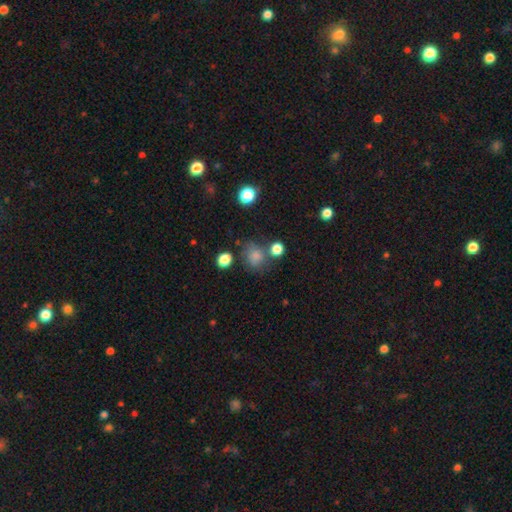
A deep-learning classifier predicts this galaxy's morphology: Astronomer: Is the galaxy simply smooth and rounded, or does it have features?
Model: smooth — 76%.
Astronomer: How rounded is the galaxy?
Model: round — 70%.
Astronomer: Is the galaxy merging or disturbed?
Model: none — 58%.